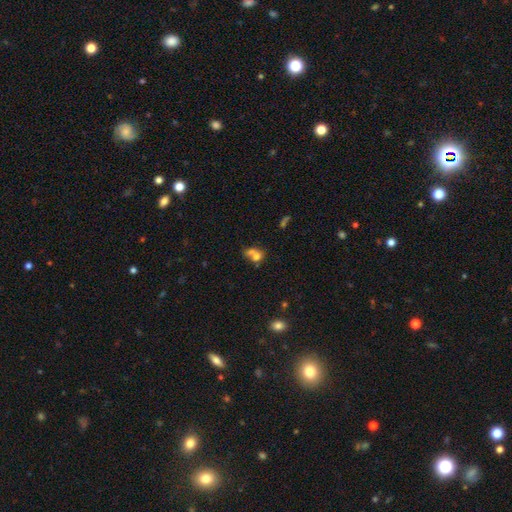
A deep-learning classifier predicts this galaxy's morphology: A smooth galaxy with no disk features (67%) that is round (54%).

Vote fractions:
- Smooth or featured? smooth: 67% / featured or disk: 19% / star or artifact: 13%
- How rounded? round: 54% / in between: 44% / cigar-shaped: 2%
- Merging? merger: 62% / none: 23% / minor disturbance: 8% / major disturbance: 6%